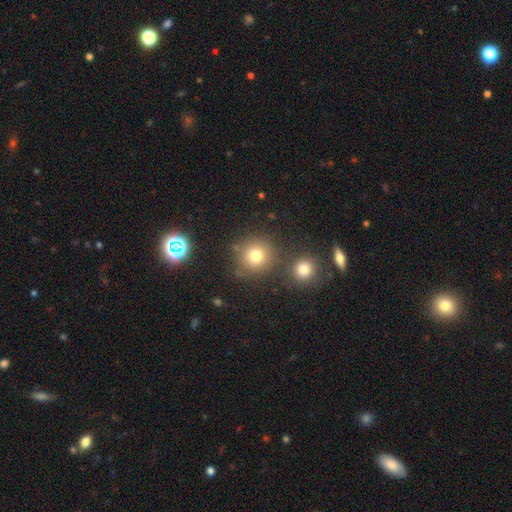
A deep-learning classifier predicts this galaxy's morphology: smooth-or-featured: smooth: 76% | star or artifact: 16% | featured or disk: 8%
  how-rounded: round: 92% | in between: 7% | cigar-shaped: 1%
  merging: none: 75% | merger: 13% | minor disturbance: 9% | major disturbance: 3%